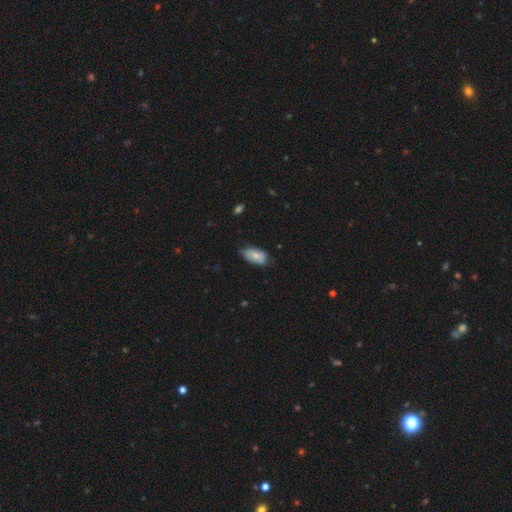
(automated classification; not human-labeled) Morphology: type=smooth (71%); roundness=in between (93%); merging=none (59%).